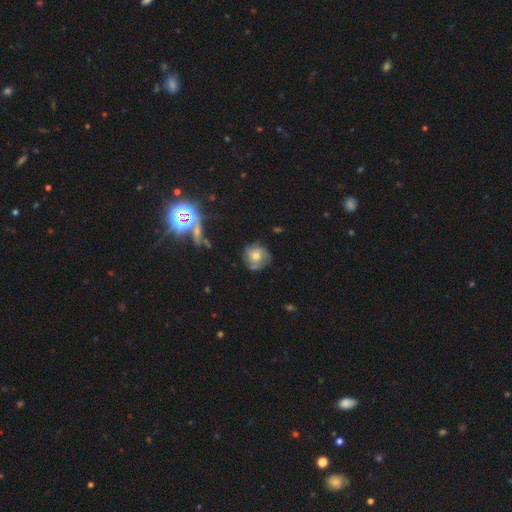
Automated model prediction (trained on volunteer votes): This appears to be a smooth galaxy with no disk features (44%, tied with featured or disk). Merging: none (67%).